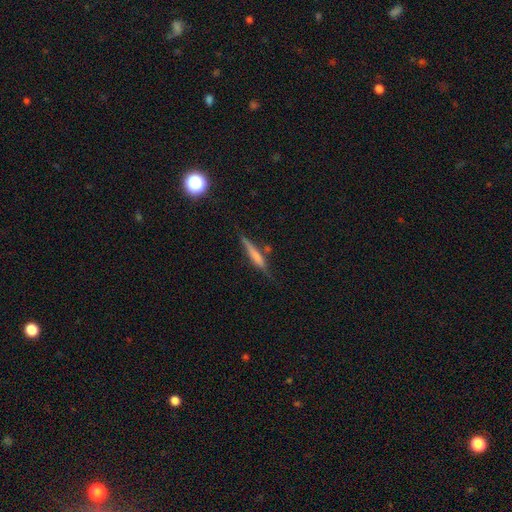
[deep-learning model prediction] Smooth or featured? smooth (56%)
How rounded? cigar-shaped (89%)
Merging? none (69%)